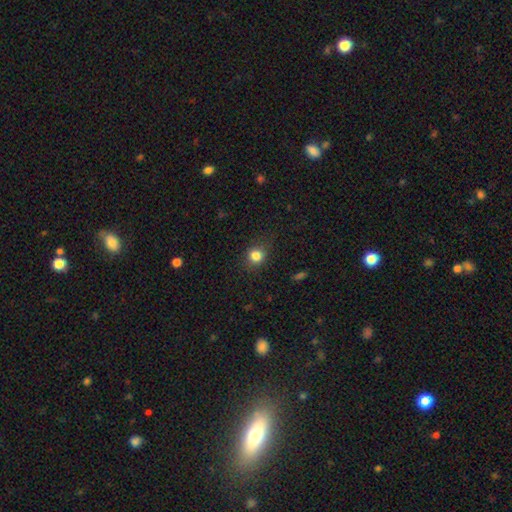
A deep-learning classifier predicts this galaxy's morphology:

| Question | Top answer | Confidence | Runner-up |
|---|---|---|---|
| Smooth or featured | smooth | 82% | star or artifact (12%) |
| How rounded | round | 78% | in between (21%) |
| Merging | none | 80% | minor disturbance (15%) |